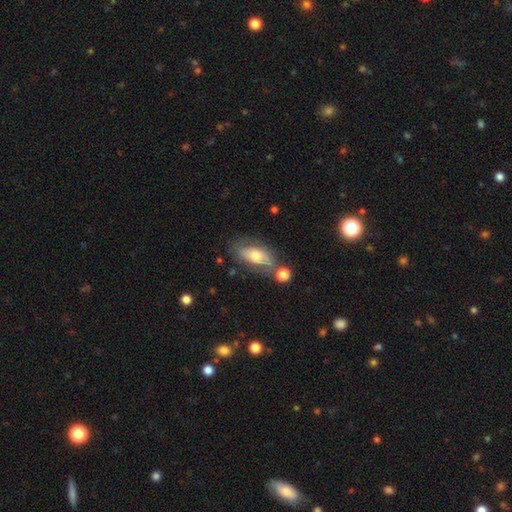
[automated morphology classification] This is possibly a smooth galaxy (47%). Merging: possibly none (56%).